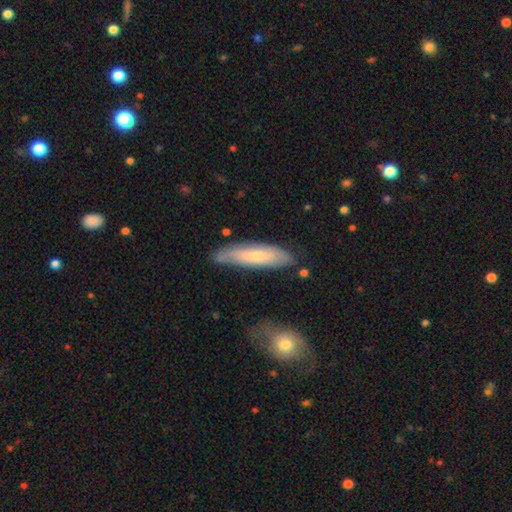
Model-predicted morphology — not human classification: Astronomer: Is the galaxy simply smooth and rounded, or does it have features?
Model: smooth — 58% (runner-up: featured or disk, 36%).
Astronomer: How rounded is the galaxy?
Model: cigar-shaped — 70%.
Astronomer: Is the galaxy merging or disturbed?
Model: none — 72%.